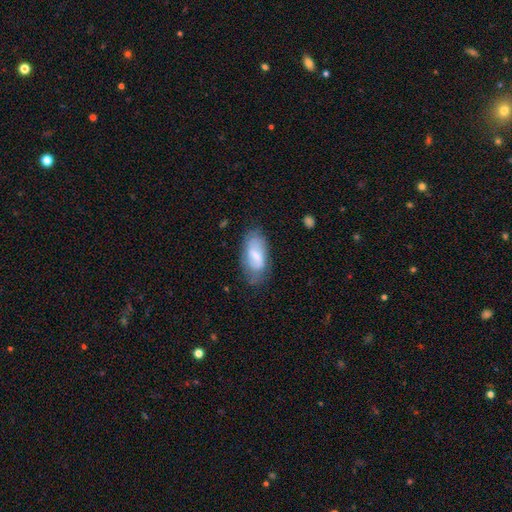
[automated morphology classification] The model was most divided on "smooth or featured": smooth: 52%, featured or disk: 40%, star or artifact: 7%. More confident: how rounded — in between (91%); merging — none (63%).